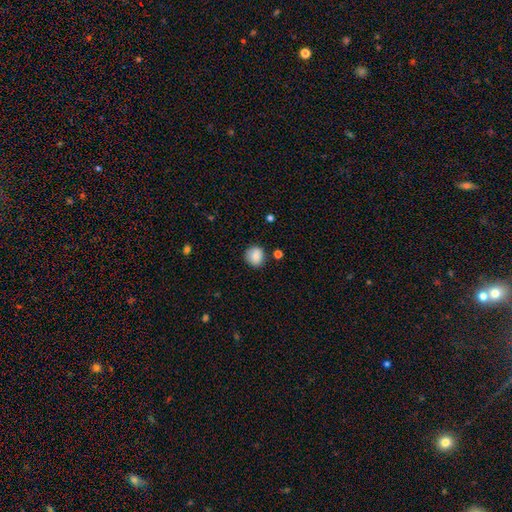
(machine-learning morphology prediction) The model was most divided on "merging": none: 84%, minor disturbance: 11%, merger: 3%, major disturbance: 3%. More confident: how rounded — round (87%); smooth or featured — smooth (87%).